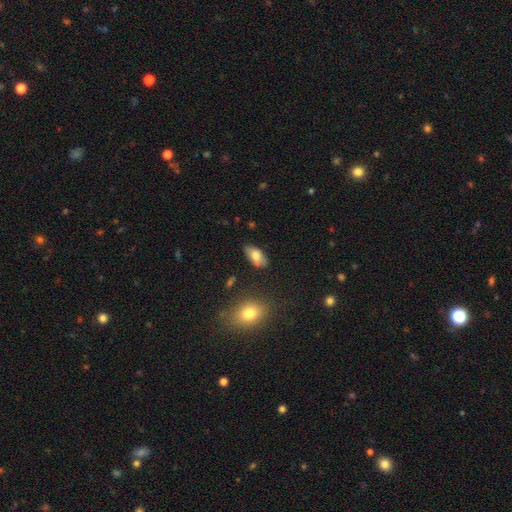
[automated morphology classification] This appears to be a smooth galaxy with no disk features (76%) that is in between round and cigar-shaped (92%). Merging: none (78%).